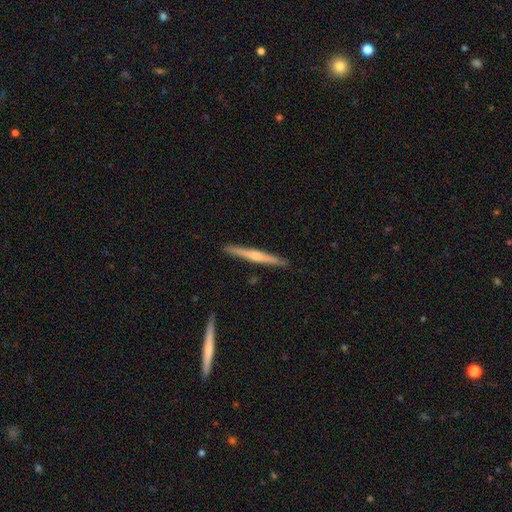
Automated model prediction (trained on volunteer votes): Overall: featured or disk (62%; smooth 33%). Edge-on disk: yes (98%). Edge-on bulge: rounded (70%). Merging: none (91%).